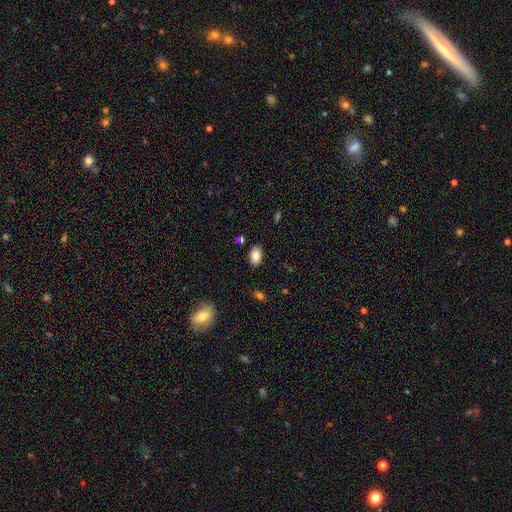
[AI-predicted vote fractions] This appears to be a smooth galaxy with no disk features (86%) that is in between round and cigar-shaped (90%). Merging: none (85%).